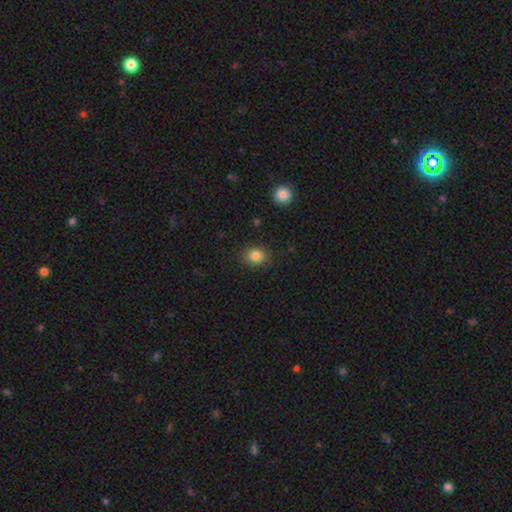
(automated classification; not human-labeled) Q: Smooth or featured?
A: smooth (83%); runner-up: star or artifact (11%)
Q: How rounded?
A: round (67%); runner-up: in between (32%)
Q: Merging?
A: none (86%); runner-up: minor disturbance (10%)